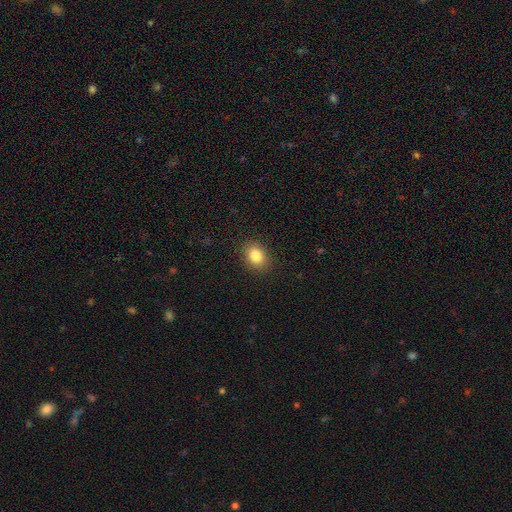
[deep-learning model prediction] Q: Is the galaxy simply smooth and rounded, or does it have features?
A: smooth — 83%.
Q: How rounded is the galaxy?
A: in between — 57%.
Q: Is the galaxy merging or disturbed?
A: none — 89%.